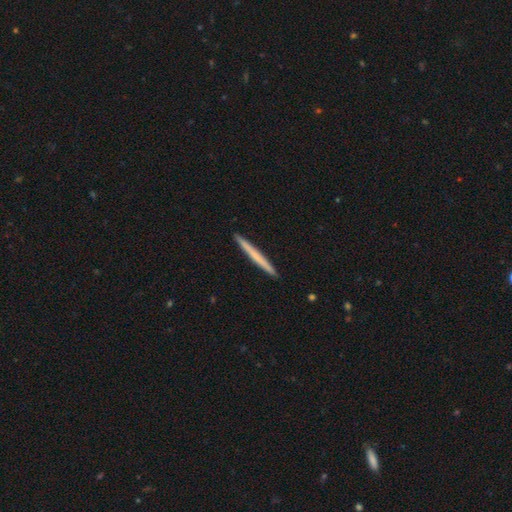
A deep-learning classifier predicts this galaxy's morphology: This appears to be a smooth galaxy with no disk features (59%) that is cigar-shaped (97%). Merging: none (93%).